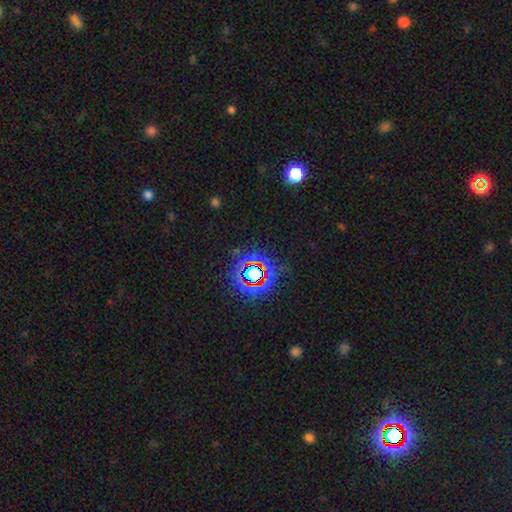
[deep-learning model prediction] A star or artifact, not a galaxy (61%).

Vote fractions:
- Smooth or featured? star or artifact: 61% / smooth: 22% / featured or disk: 17%